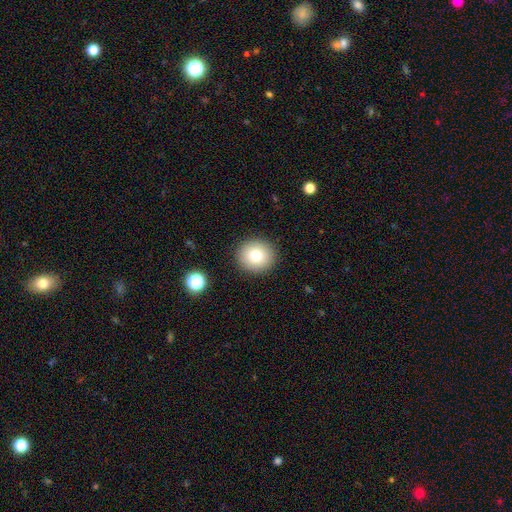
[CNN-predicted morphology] Smooth or featured: smooth — 76% (featured or disk — 12%)
How rounded: round — 91% (in between — 8%)
Merging: none — 91% (minor disturbance — 6%)